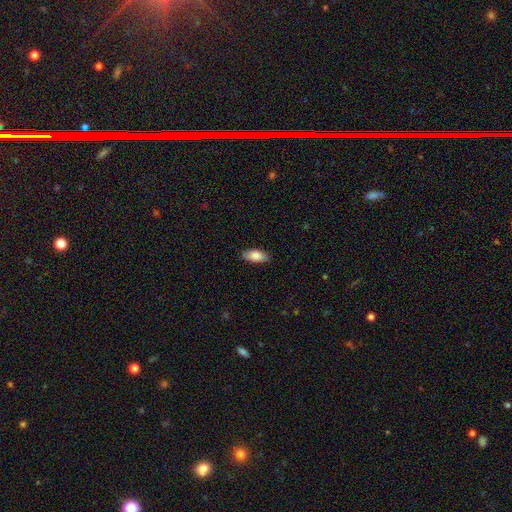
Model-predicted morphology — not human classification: This is clearly a smooth galaxy (84%). How rounded: clearly in between (90%). Merging: clearly none (87%).